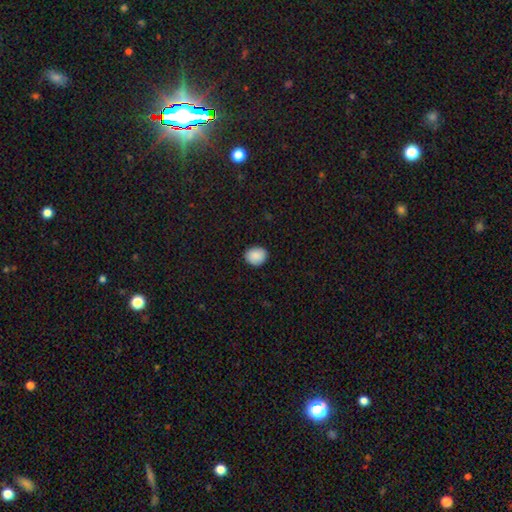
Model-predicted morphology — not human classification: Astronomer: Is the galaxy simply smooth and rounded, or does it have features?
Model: smooth — 88%.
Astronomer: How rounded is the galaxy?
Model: round — 70%.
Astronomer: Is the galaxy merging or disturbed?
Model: none — 88%.